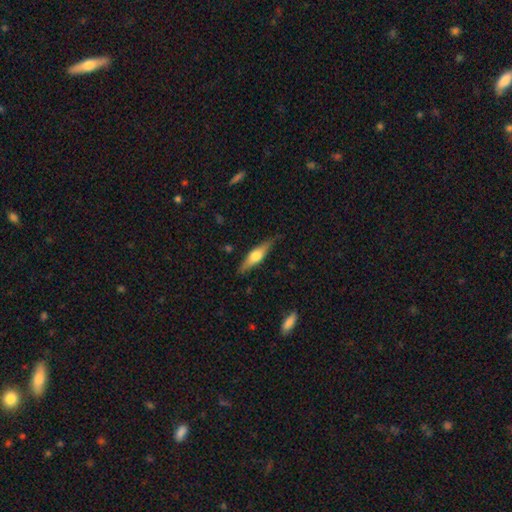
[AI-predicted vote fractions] Smooth or featured: featured or disk — 56% (smooth — 38%)
Edge-on disk: yes — 94% (no — 6%)
Edge-on bulge: rounded — 92% (boxy — 6%)
Merging: none — 83% (minor disturbance — 13%)